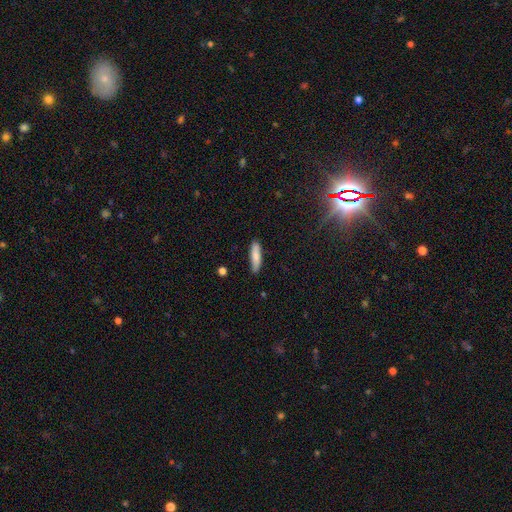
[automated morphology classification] Smooth or featured?
  - smooth: 79% *
  - featured or disk: 14%
  - star or artifact: 6%
How rounded?
  - cigar-shaped: 73% *
  - in between: 26%
  - round: 2%
Merging?
  - none: 84% *
  - minor disturbance: 12%
  - major disturbance: 2%
  - merger: 1%